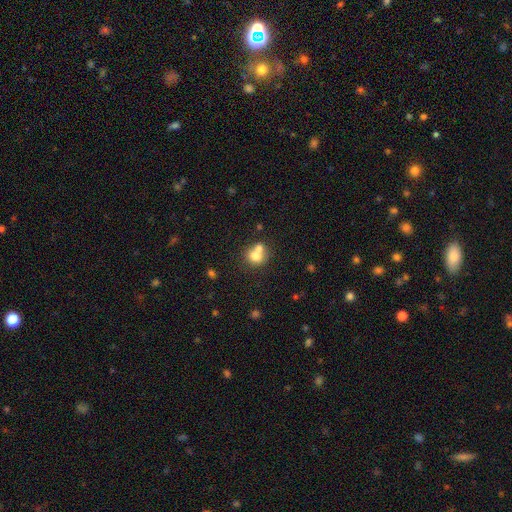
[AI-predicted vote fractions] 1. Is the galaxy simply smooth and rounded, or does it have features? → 72% smooth, 17% featured or disk, 11% star or artifact.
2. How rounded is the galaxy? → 73% round, 26% in between, 1% cigar-shaped.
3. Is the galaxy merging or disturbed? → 53% merger, 36% none, 7% minor disturbance, 3% major disturbance.